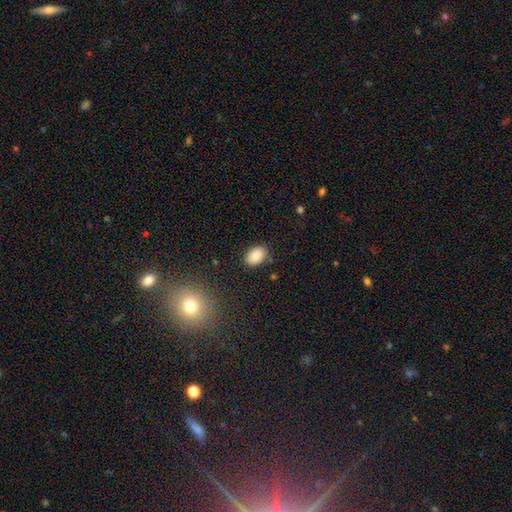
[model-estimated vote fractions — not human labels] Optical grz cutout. It shows a smooth galaxy with no disk features (87%) that is in between round and cigar-shaped (87%). Merging: none (83%).